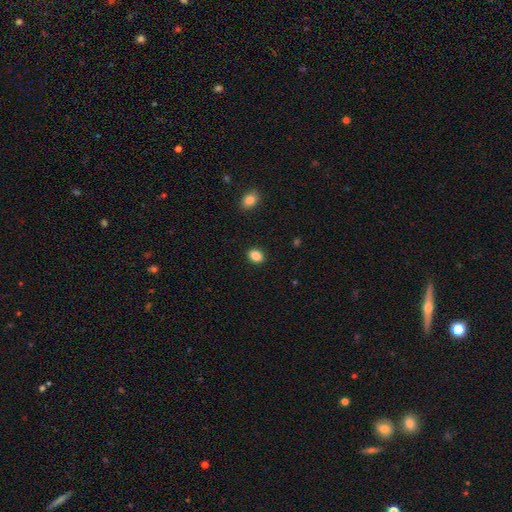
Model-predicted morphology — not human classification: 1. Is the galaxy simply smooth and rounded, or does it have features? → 86% smooth, 9% star or artifact, 5% featured or disk.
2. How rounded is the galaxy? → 58% in between, 40% round, 1% cigar-shaped.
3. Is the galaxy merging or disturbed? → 90% none, 7% minor disturbance, 2% major disturbance, 1% merger.